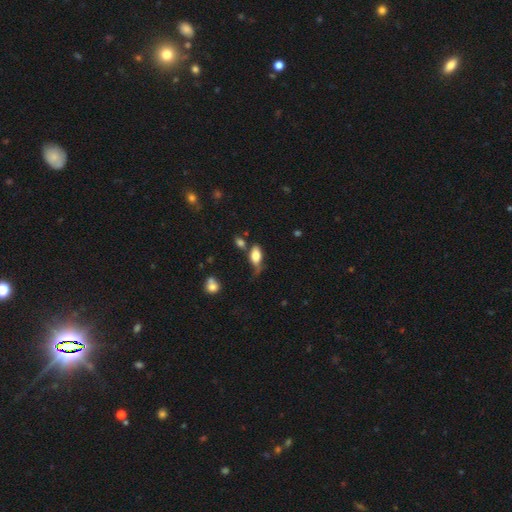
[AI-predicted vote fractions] Smooth or featured: smooth — 73% (featured or disk — 18%)
How rounded: in between — 85% (cigar-shaped — 9%)
Merging: none — 40% (minor disturbance — 33%)